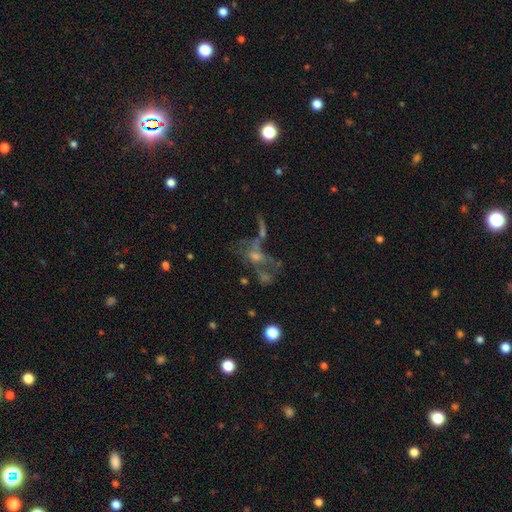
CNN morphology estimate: This is possibly a featured or disk galaxy (53%). It is clearly not viewed edge-on (93%). Merging: marginally major disturbance (32%).